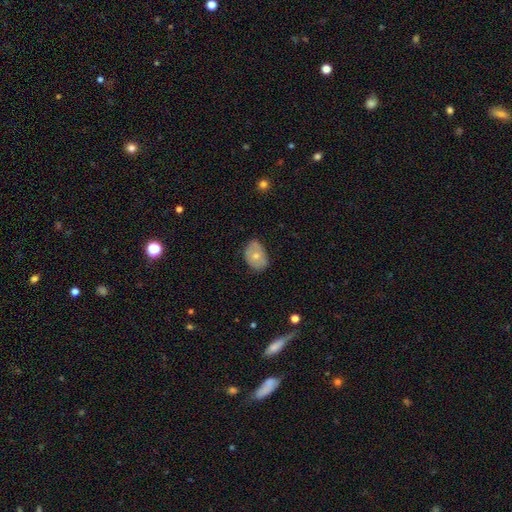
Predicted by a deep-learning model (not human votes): smooth_or_featured: smooth (p=0.64) [alt: featured or disk p=0.28]
how_rounded: in between (p=0.75) [alt: round p=0.23]
merging: none (p=0.71) [alt: minor disturbance p=0.24]